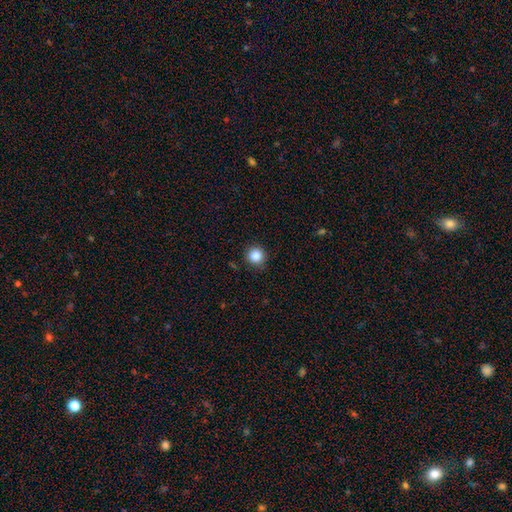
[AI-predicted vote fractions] Overall: smooth (86%). How rounded: round (94%). Merging: none (90%).